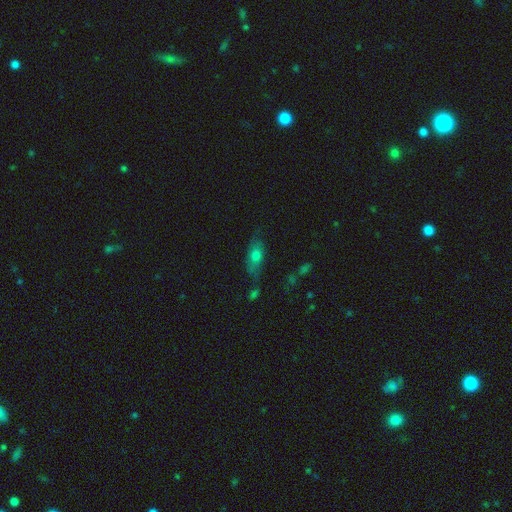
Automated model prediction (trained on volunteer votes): The model was most divided on "merging": none: 62%, minor disturbance: 23%, major disturbance: 8%, merger: 7%. More confident: how rounded — in between (72%); smooth or featured — smooth (65%).